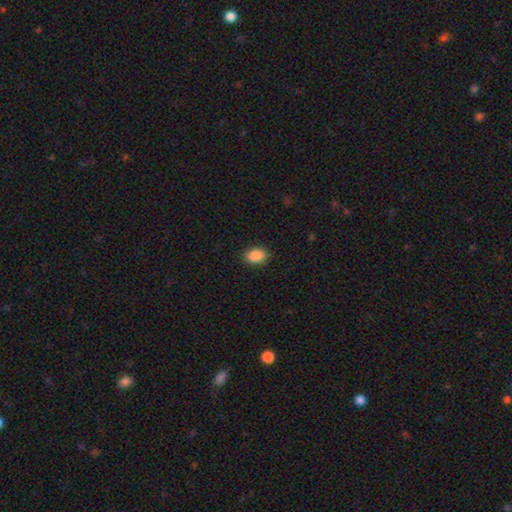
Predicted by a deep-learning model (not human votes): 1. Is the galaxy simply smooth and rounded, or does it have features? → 89% smooth, 8% star or artifact, 3% featured or disk.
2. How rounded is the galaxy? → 80% in between, 19% round, 1% cigar-shaped.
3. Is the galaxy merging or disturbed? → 89% none, 8% minor disturbance, 2% major disturbance, 1% merger.